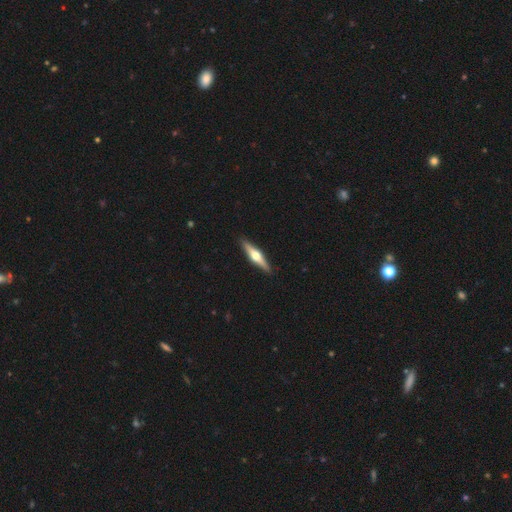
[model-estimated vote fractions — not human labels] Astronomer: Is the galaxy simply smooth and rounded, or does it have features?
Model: featured or disk — 69%.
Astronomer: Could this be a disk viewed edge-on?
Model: yes — 97%.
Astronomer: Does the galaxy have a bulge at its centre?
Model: rounded — 95%.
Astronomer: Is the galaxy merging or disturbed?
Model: none — 92%.